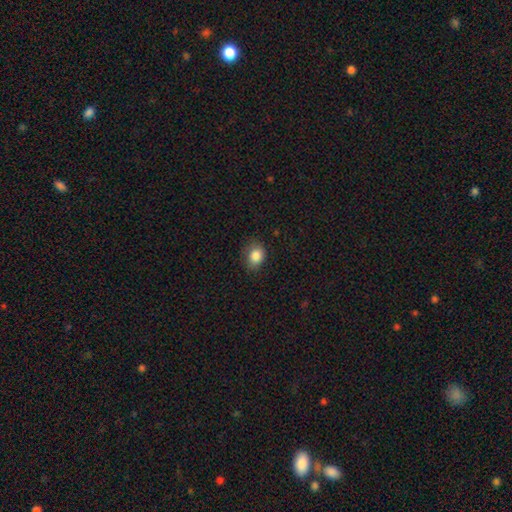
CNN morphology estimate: Smooth or featured: smooth — 85% (star or artifact — 9%)
How rounded: in between — 56% (round — 43%)
Merging: none — 73% (minor disturbance — 21%)